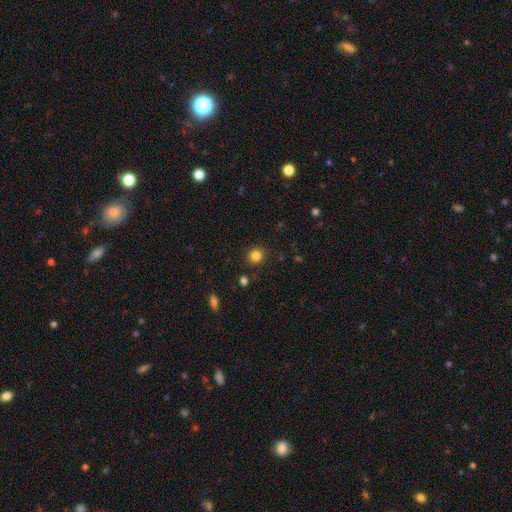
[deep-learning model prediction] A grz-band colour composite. It shows a smooth galaxy with no disk features (83%) that is round (89%). Merging: none (88%).